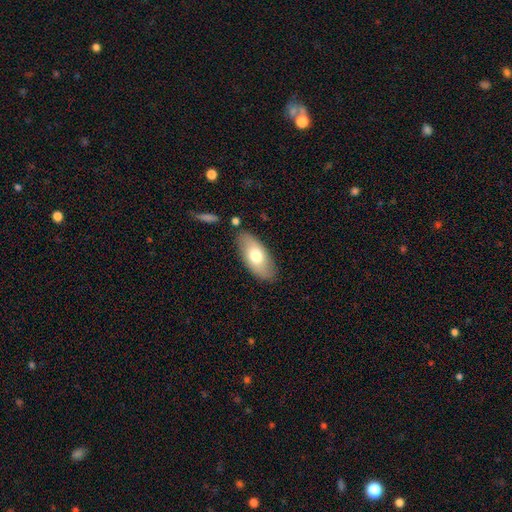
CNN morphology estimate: This is likely a smooth galaxy (68%). How rounded: clearly in between (91%). Merging: clearly none (81%).